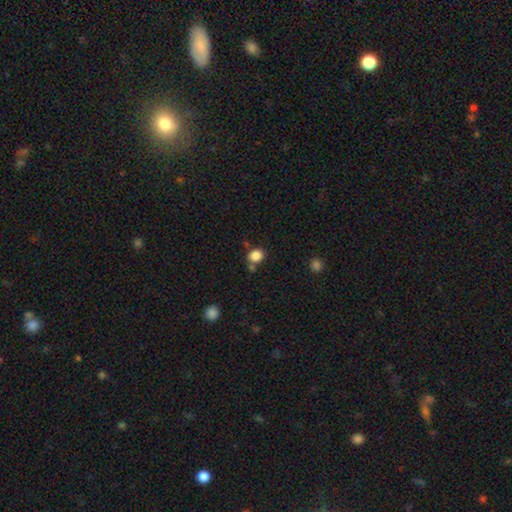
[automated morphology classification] Q: Smooth or featured?
A: smooth (85%); runner-up: star or artifact (11%)
Q: How rounded?
A: round (66%); runner-up: in between (33%)
Q: Merging?
A: none (70%); runner-up: merger (14%)